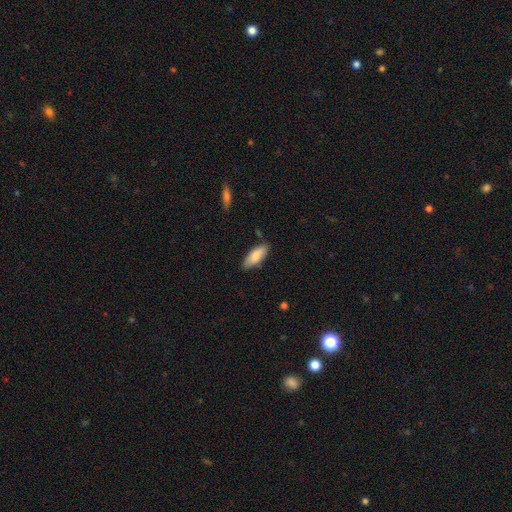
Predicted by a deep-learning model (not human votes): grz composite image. It shows a smooth galaxy with no disk features (82%) that is in between round and cigar-shaped (77%). Merging: none (83%).